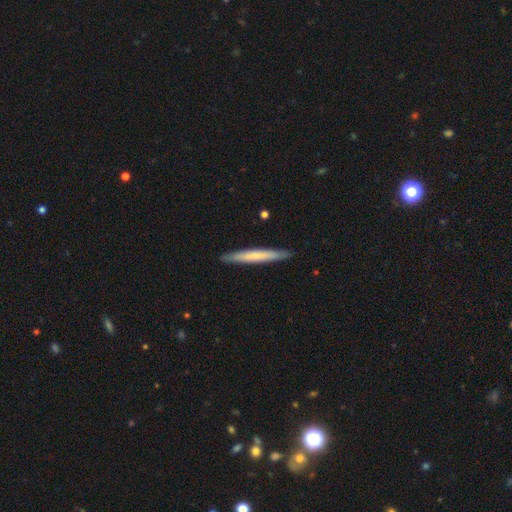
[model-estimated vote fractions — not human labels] A smooth galaxy with no disk features (60%) that is cigar-shaped (97%). Merging: none (91%).